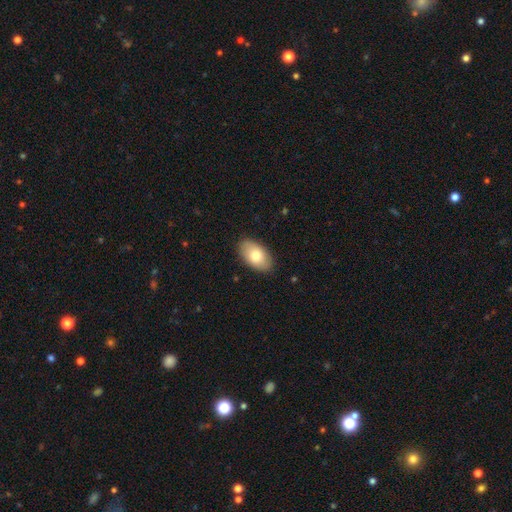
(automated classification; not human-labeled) Overall: smooth (77%). How rounded: in between (94%). Merging: none (88%).